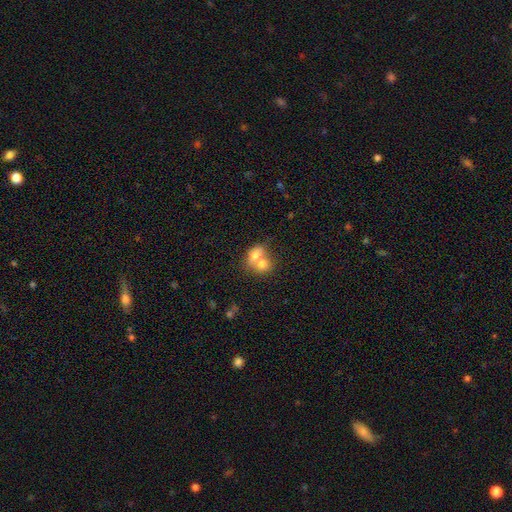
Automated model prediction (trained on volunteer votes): A smooth galaxy with no disk features (71%) that is in between round and cigar-shaped (58%).

Vote fractions:
- Smooth or featured? smooth: 71% / featured or disk: 20% / star or artifact: 9%
- How rounded? in between: 58% / round: 41% / cigar-shaped: 2%
- Merging? merger: 72% / none: 20% / minor disturbance: 6% / major disturbance: 3%